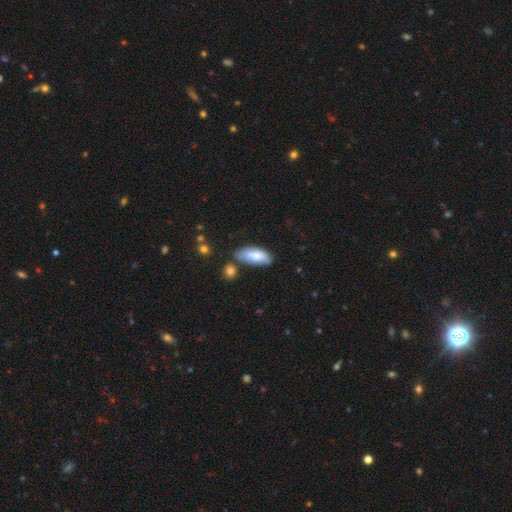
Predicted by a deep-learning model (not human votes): smooth_or_featured: smooth (p=0.76) [alt: featured or disk p=0.18]
how_rounded: in between (p=0.85) [alt: cigar-shaped p=0.13]
merging: none (p=0.51) [alt: minor disturbance p=0.29]